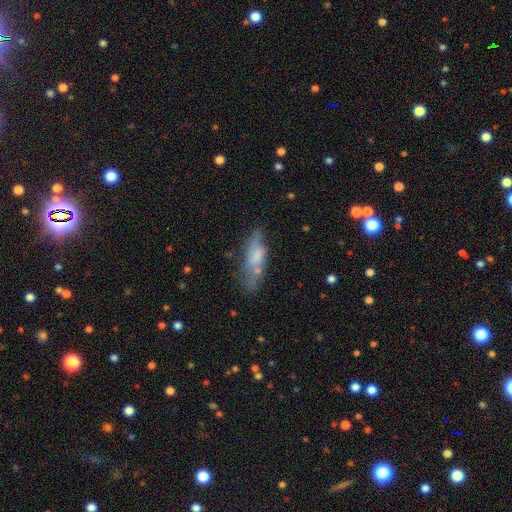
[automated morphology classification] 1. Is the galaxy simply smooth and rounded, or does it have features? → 56% smooth, 36% featured or disk, 9% star or artifact.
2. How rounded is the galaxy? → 49% cigar-shaped, 48% in between, 2% round.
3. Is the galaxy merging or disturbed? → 58% none, 25% minor disturbance, 11% major disturbance, 7% merger.